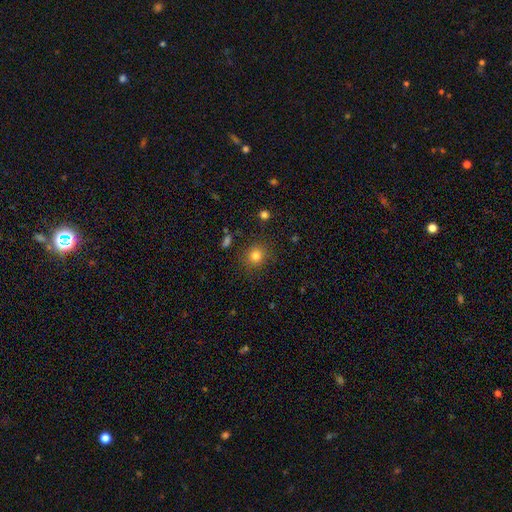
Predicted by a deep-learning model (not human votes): Smooth or featured? smooth (81%)
How rounded? round (87%)
Merging? none (87%)